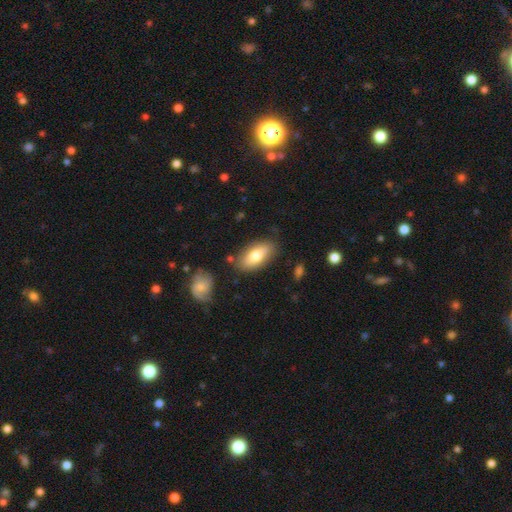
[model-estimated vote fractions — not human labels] Overall: smooth (73%). How rounded: in between (88%). Merging: none (80%).